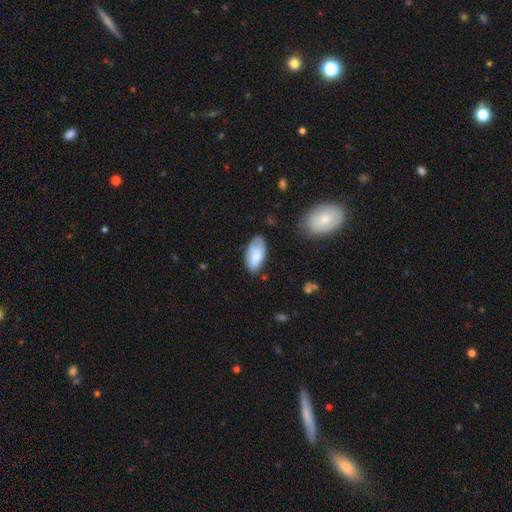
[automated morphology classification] A smooth galaxy with no disk features (83%) that is in between round and cigar-shaped (94%). Merging: none (67%).